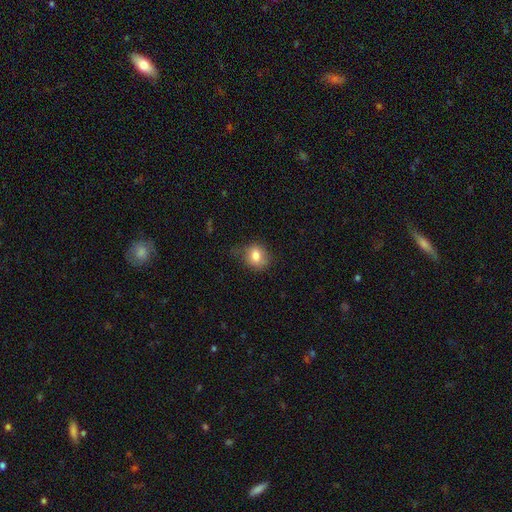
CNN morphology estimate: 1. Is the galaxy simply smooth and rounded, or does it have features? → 79% smooth, 11% featured or disk, 10% star or artifact.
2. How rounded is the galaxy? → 57% round, 42% in between, 1% cigar-shaped.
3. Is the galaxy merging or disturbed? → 64% none, 26% minor disturbance, 8% major disturbance, 2% merger.